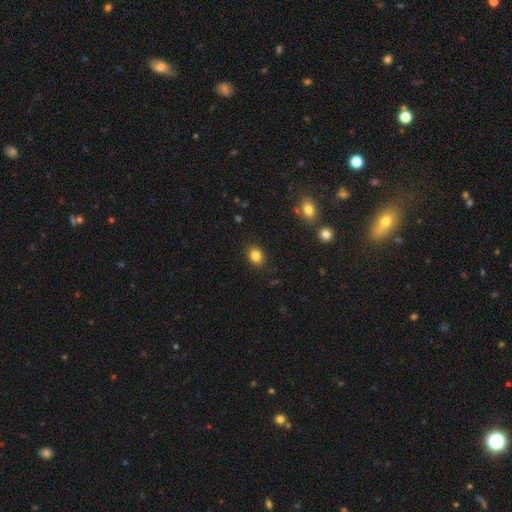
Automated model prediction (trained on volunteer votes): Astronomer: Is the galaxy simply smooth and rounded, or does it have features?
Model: smooth — 83%.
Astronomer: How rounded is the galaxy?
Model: in between — 53% (runner-up: round, 46%).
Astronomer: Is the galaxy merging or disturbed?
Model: none — 87%.